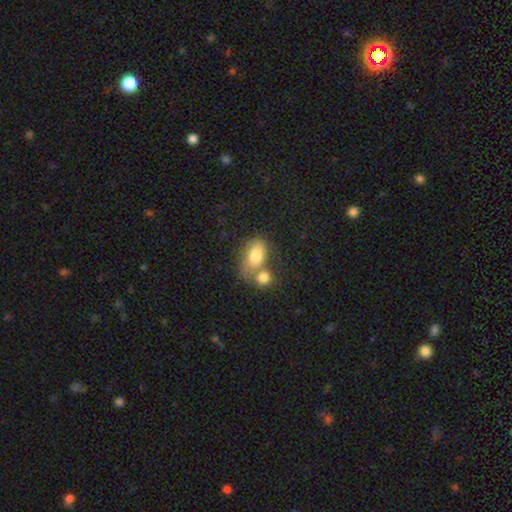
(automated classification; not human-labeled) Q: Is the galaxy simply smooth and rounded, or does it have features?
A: smooth — 79%.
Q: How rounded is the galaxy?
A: in between — 85%.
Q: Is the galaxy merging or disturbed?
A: merger — 49%.